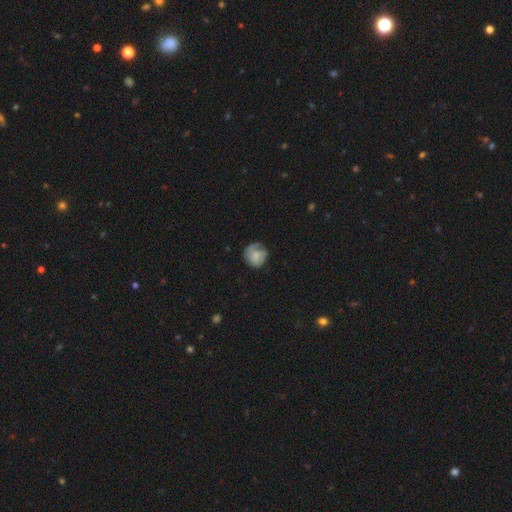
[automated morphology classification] A smooth galaxy with no disk features (57%) that is round (81%). Merging: none (58%).